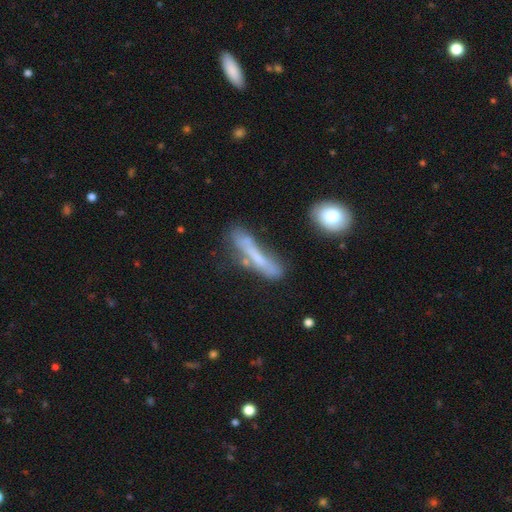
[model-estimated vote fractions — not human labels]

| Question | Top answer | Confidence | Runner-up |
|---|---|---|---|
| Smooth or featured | smooth | 49% | featured or disk (40%) |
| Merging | none | 54% | minor disturbance (24%) |